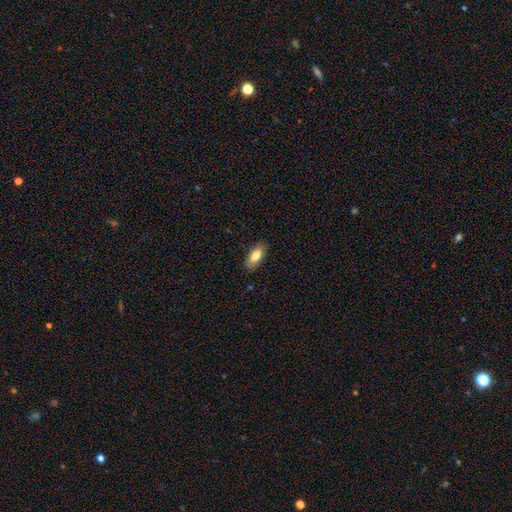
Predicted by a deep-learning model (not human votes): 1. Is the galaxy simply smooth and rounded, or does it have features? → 80% smooth, 13% featured or disk, 7% star or artifact.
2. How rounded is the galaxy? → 84% in between, 14% cigar-shaped, 2% round.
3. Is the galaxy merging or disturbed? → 87% none, 10% minor disturbance, 2% major disturbance, 1% merger.